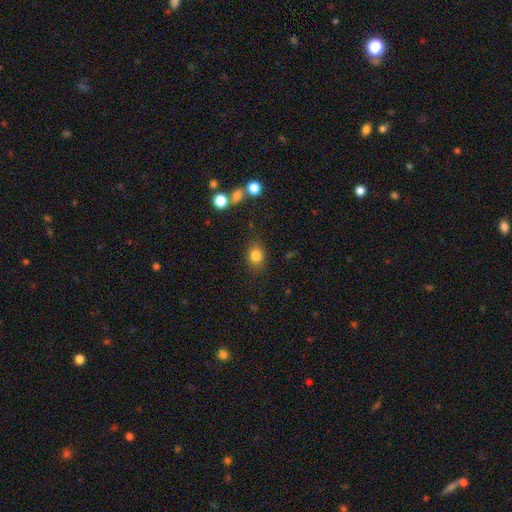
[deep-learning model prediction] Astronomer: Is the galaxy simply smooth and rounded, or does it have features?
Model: smooth — 83%.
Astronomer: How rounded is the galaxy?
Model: in between — 50% (runner-up: round, 49%).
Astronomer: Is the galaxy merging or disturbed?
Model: none — 82%.